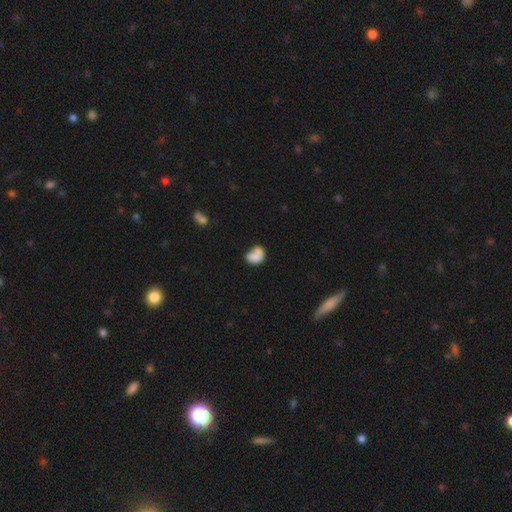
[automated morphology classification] A smooth galaxy with no disk features (74%) that is in between round and cigar-shaped (63%).

Vote fractions:
- Smooth or featured? smooth: 74% / featured or disk: 17% / star or artifact: 9%
- How rounded? in between: 63% / round: 36% / cigar-shaped: 1%
- Merging? none: 35% / merger: 28% / minor disturbance: 23% / major disturbance: 14%